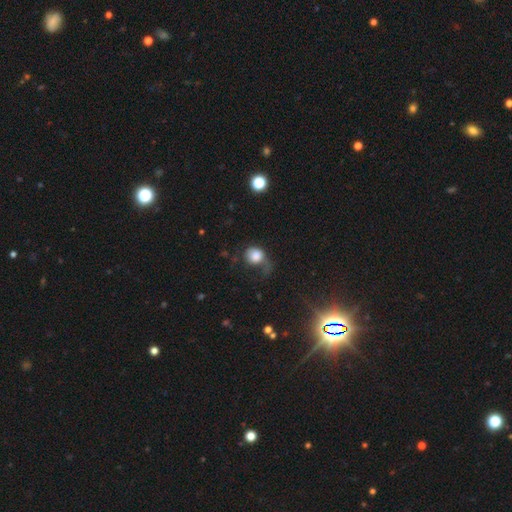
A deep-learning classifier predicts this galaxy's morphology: This is likely a smooth galaxy (76%). How rounded: likely round (74%). Merging: marginally major disturbance (40%).